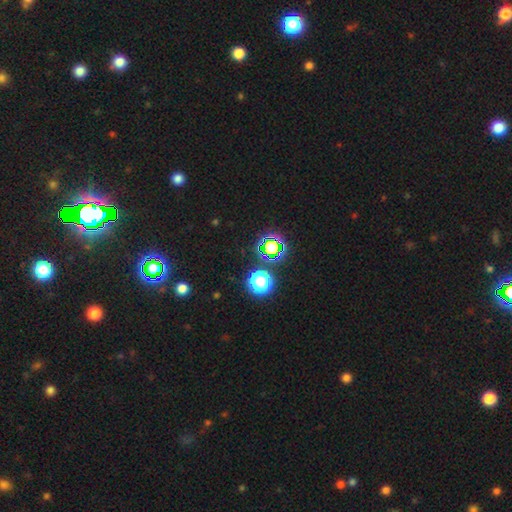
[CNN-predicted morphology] smooth_or_featured: star or artifact (p=0.76) [alt: smooth p=0.17]